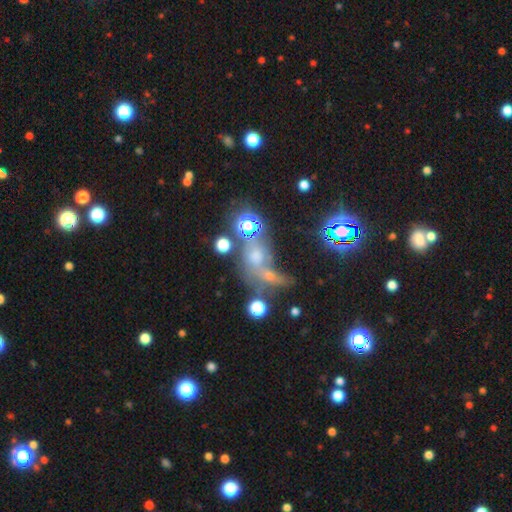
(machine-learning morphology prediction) type=star or artifact (37%, tied with smooth).